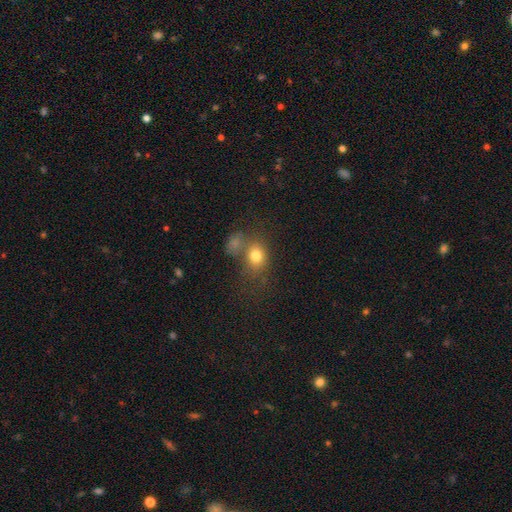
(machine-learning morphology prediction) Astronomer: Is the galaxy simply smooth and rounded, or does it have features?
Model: smooth — 75%.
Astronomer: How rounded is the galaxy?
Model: round — 52% (runner-up: in between, 46%).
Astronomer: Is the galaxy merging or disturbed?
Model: none — 45% (runner-up: merger, 30%).